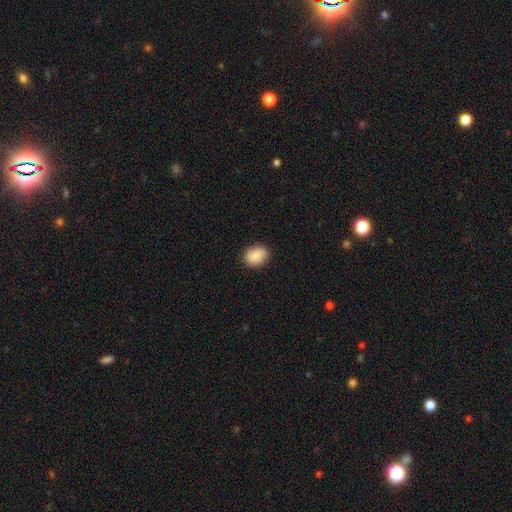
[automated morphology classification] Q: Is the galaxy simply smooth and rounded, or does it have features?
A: smooth — 89%.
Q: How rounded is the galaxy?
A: in between — 68%.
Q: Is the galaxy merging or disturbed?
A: none — 88%.